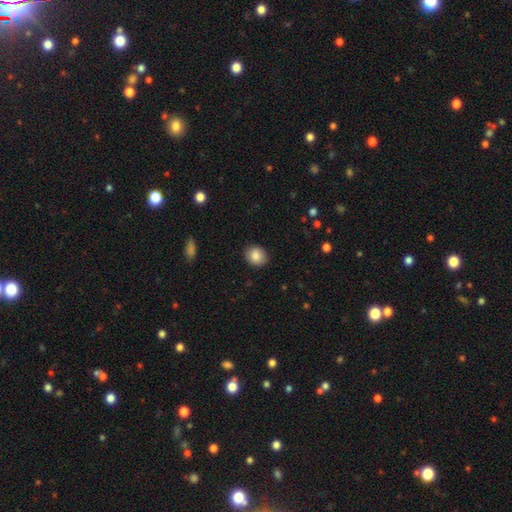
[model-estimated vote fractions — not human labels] smooth 87%, star or artifact 8%, featured or disk 5%. Down the decision tree: how rounded — round (64%); merging — none (88%).